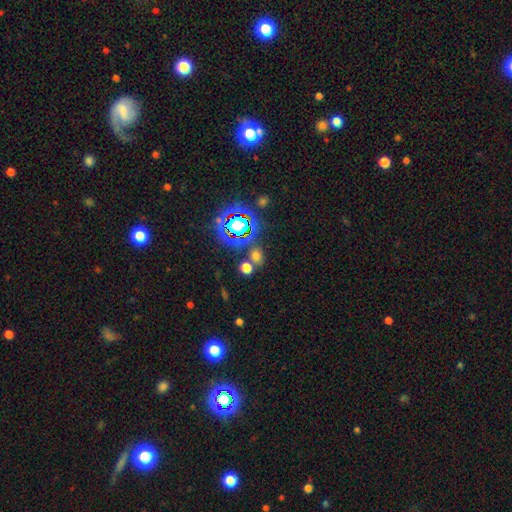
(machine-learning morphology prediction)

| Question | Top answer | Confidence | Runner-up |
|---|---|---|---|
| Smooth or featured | smooth | 59% | star or artifact (34%) |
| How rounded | round | 61% | in between (37%) |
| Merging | none | 70% | merger (16%) |